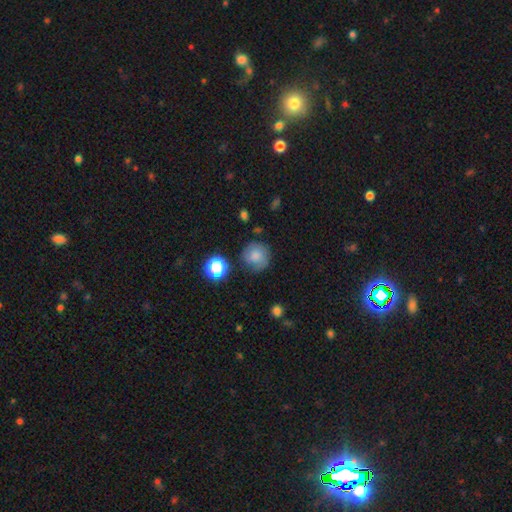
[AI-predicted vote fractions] Smooth or featured: smooth — 69% (featured or disk — 19%)
How rounded: round — 89% (in between — 10%)
Merging: none — 70% (minor disturbance — 20%)